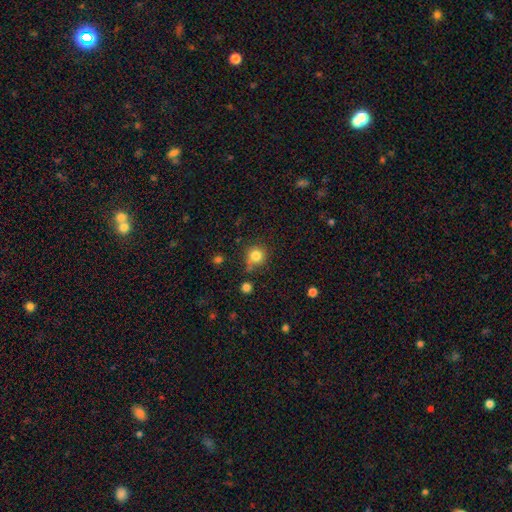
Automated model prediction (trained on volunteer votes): The model was most divided on "merging": none: 68%, minor disturbance: 18%, merger: 8%, major disturbance: 5%. More confident: how rounded — round (90%); smooth or featured — smooth (81%).